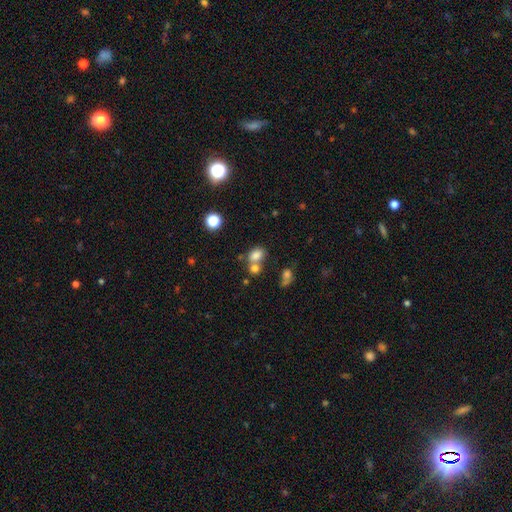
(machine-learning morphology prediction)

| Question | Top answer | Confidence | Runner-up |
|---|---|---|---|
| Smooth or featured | smooth | 78% | star or artifact (13%) |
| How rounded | in between | 66% | round (33%) |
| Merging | none | 45% | merger (39%) |